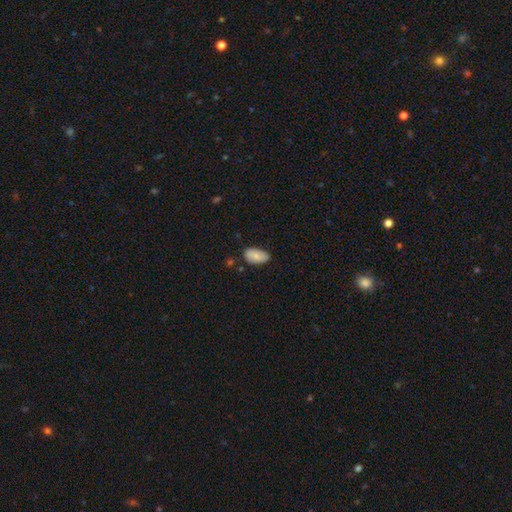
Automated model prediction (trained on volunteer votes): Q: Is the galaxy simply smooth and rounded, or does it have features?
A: smooth — 81%.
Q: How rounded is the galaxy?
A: in between — 94%.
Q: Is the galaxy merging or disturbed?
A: none — 72%.